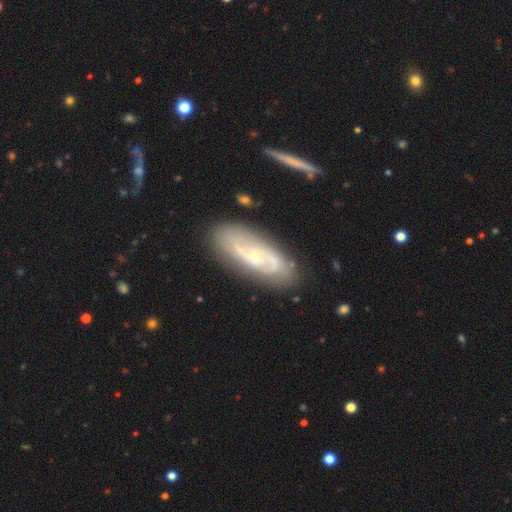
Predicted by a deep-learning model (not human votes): smooth_or_featured: featured or disk (p=0.76) [alt: smooth p=0.17]
disk_edge_on: no (p=0.90) [alt: yes p=0.10]
bar: no (p=0.66) [alt: weak p=0.27]
has_spiral_arms: yes (p=0.89) [alt: no p=0.11]
spiral_winding: tight (p=0.42) [alt: medium p=0.40]
spiral_arm_count: 2 (p=0.56) [alt: can't tell p=0.28]
bulge_size: small (p=0.74) [alt: moderate p=0.22]
merging: none (p=0.79) [alt: minor disturbance p=0.14]